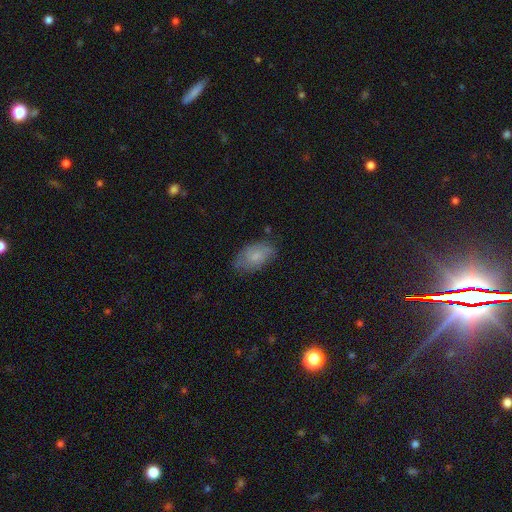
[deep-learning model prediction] Q: Smooth or featured?
A: smooth (67%); runner-up: featured or disk (25%)
Q: How rounded?
A: in between (92%); runner-up: round (6%)
Q: Merging?
A: none (66%); runner-up: minor disturbance (26%)